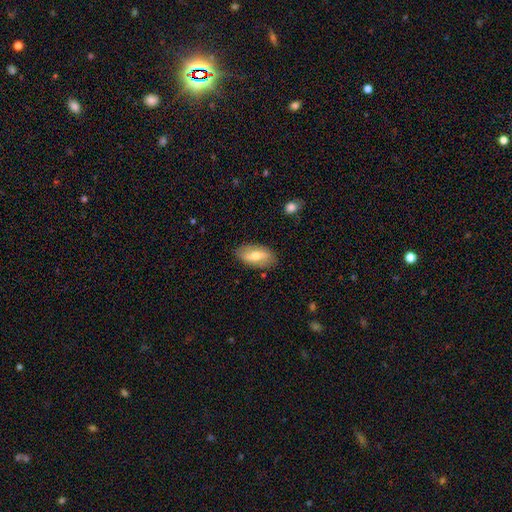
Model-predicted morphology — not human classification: smooth 55%, featured or disk 39%, star or artifact 6%. Down the decision tree: how rounded — in between (90%); merging — none (84%).